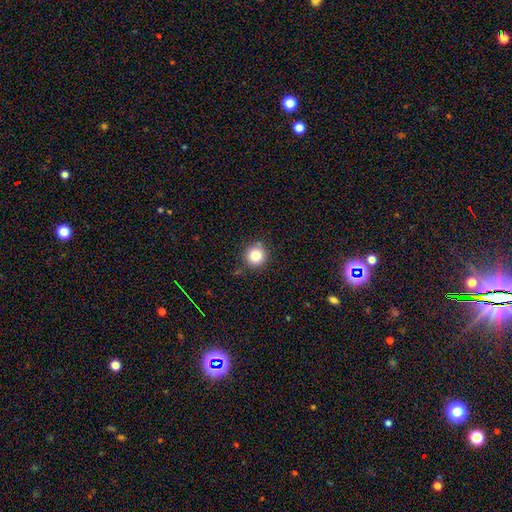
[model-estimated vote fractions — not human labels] Smooth or featured? Predicted: smooth (p=0.83). How rounded? Predicted: round (p=0.95). Merging? Predicted: none (p=0.85).